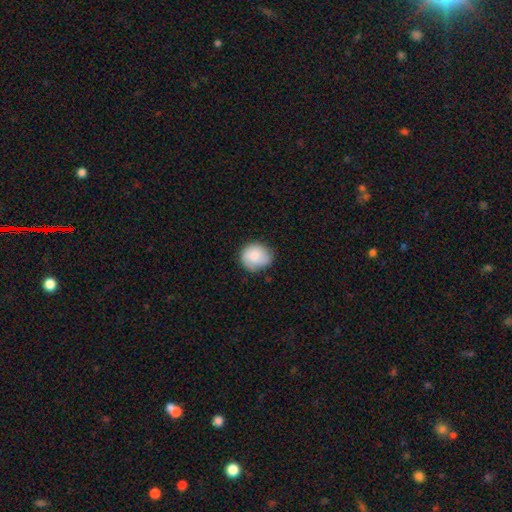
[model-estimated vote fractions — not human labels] Morphology: type=smooth (82%); roundness=round (80%); merging=none (72%).